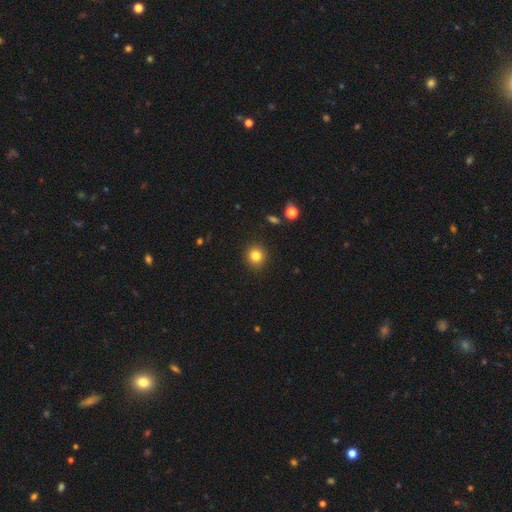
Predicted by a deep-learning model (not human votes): smooth_or_featured: smooth (p=0.83) [alt: star or artifact p=0.11]
how_rounded: round (p=0.89) [alt: in between p=0.10]
merging: none (p=0.91) [alt: minor disturbance p=0.06]